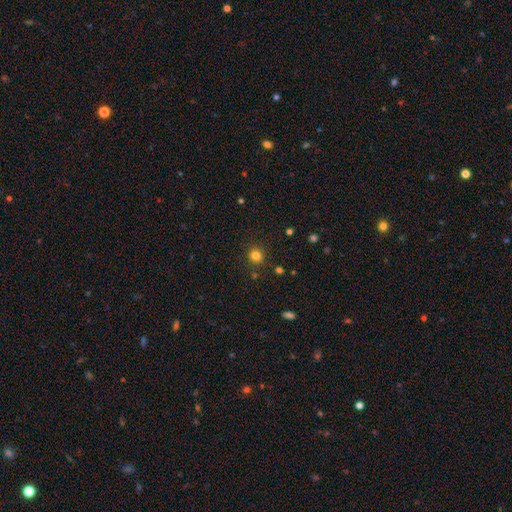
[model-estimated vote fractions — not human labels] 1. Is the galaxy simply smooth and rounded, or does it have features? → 80% smooth, 15% star or artifact, 5% featured or disk.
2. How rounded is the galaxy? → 90% round, 9% in between, 1% cigar-shaped.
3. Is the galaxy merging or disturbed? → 88% none, 7% minor disturbance, 2% merger, 2% major disturbance.